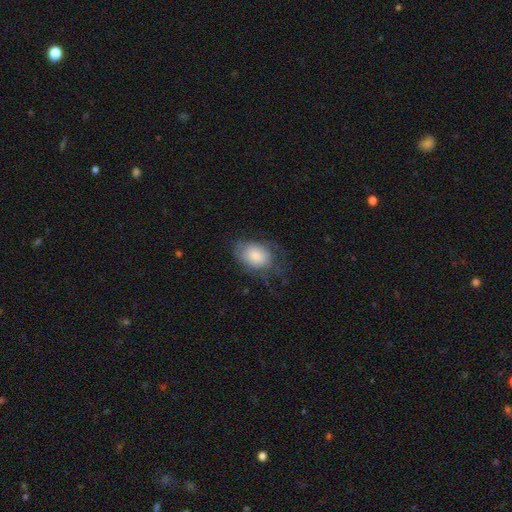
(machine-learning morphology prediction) Smooth or featured?
  - smooth: 76% *
  - featured or disk: 17%
  - star or artifact: 7%
How rounded?
  - in between: 75% *
  - round: 24%
  - cigar-shaped: 1%
Merging?
  - none: 51% *
  - minor disturbance: 28%
  - major disturbance: 19%
  - merger: 1%